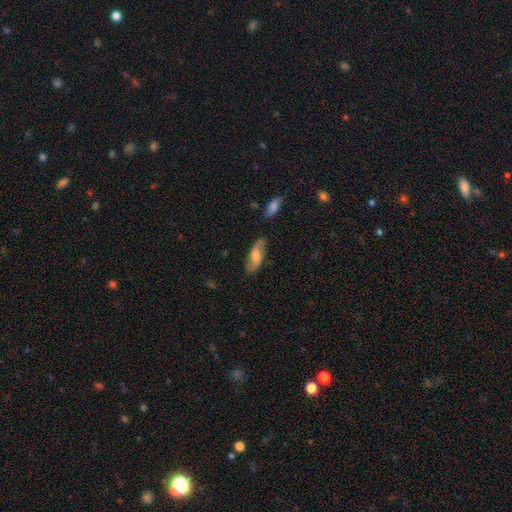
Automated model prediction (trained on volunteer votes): The model was most divided on "smooth or featured": smooth: 55%, featured or disk: 38%, star or artifact: 7%. More confident: merging — none (77%); how rounded — in between (73%).